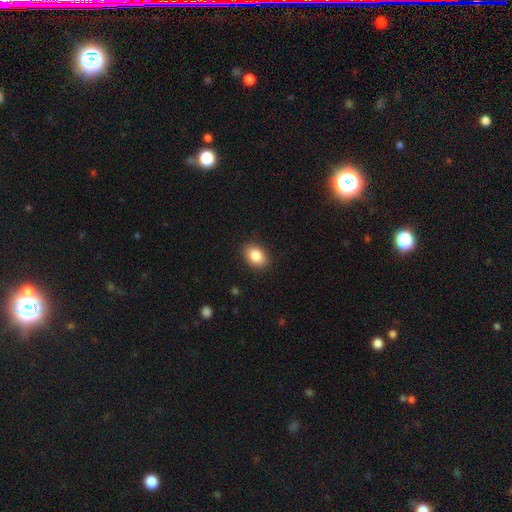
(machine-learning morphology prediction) type=smooth (86%); roundness=in between (79%); merging=none (89%).